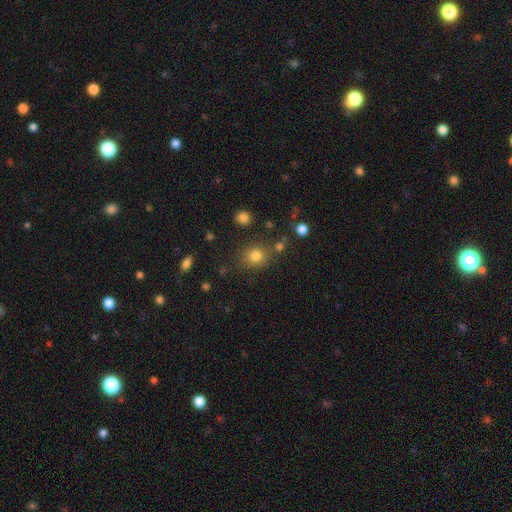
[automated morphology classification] The model was most divided on "how rounded": round: 76%, in between: 23%, cigar-shaped: 1%. More confident: smooth or featured — smooth (80%); merging — none (77%).